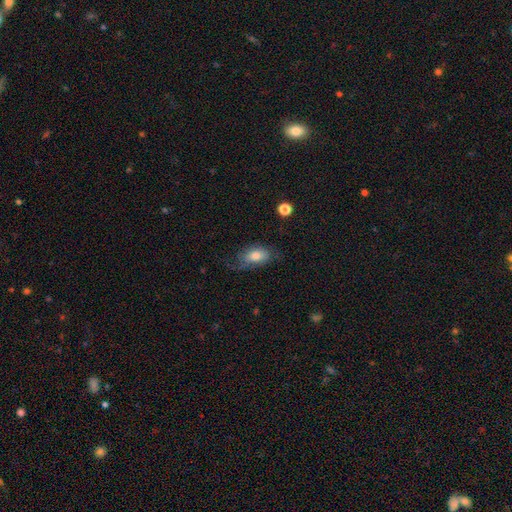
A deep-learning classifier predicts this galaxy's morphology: Smooth or featured? smooth (67%)
How rounded? in between (89%)
Merging? none (53%)